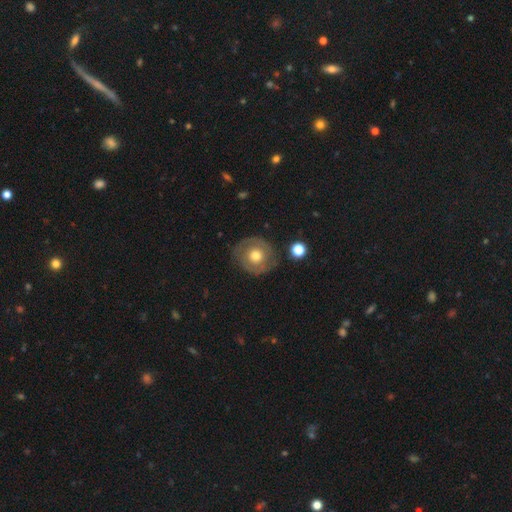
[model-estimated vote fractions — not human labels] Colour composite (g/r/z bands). It shows a featured or disk galaxy (48%). Merging: none (80%).